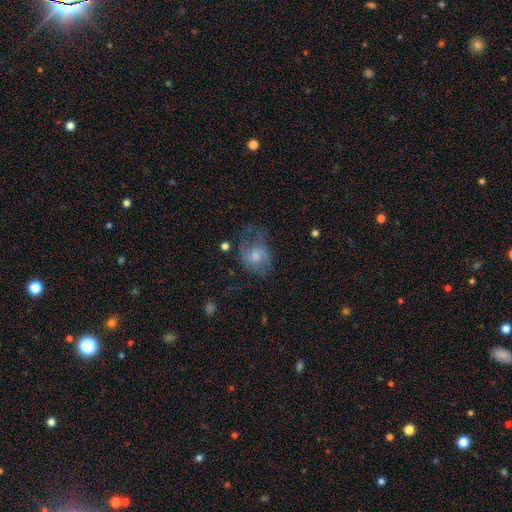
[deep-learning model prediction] A smooth galaxy with no disk features (49%).

Vote fractions:
- Smooth or featured? smooth: 49% / featured or disk: 42% / star or artifact: 9%
- Merging? major disturbance: 41% / none: 31% / minor disturbance: 26% / merger: 3%